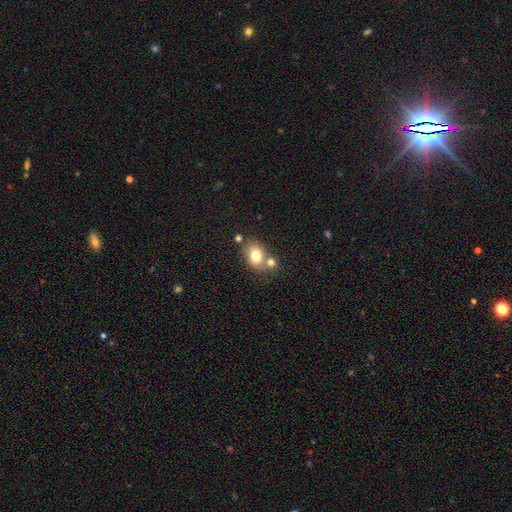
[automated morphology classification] smooth_or_featured: smooth (p=0.77) [alt: featured or disk p=0.13]
how_rounded: in between (p=0.57) [alt: round p=0.42]
merging: none (p=0.56) [alt: merger p=0.28]